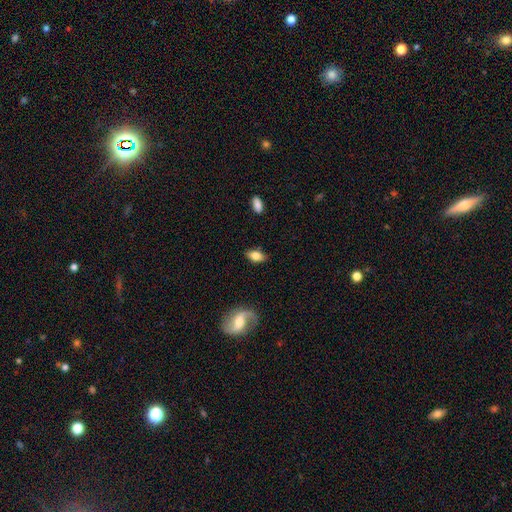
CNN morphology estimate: smooth 72%, featured or disk 20%, star or artifact 8%. Down the decision tree: how rounded — in between (88%); merging — none (83%).